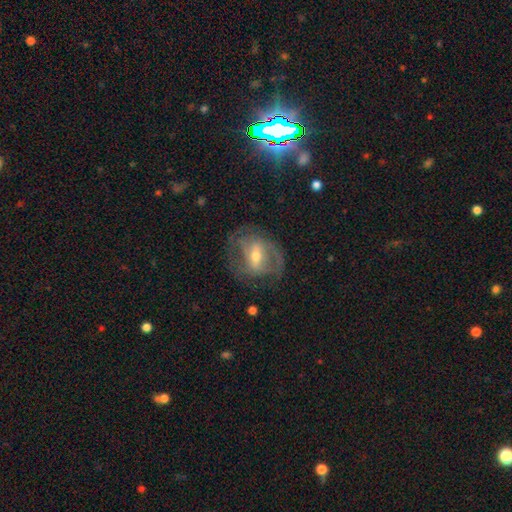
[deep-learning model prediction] The model was most divided on "bar": strong: 43%, weak: 39%, no: 18%. Remaining: edge-on disk — no (94%); smooth or featured — featured or disk (75%); spiral arms — yes (74%); merging — none (61%); bulge size — moderate (57%); spiral arm count — 2 (57%); spiral winding — medium (44%).